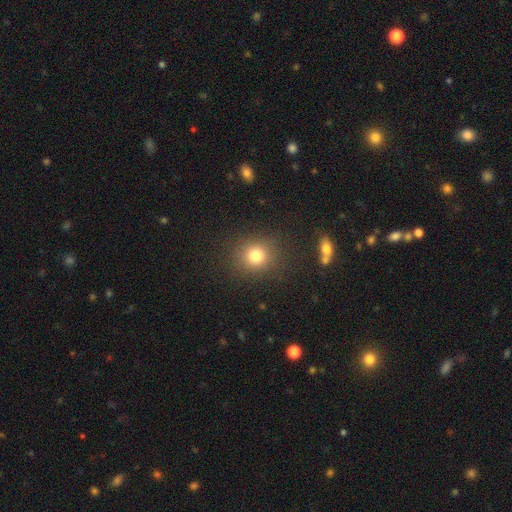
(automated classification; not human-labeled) Smooth or featured? smooth (79%)
How rounded? round (86%)
Merging? none (86%)